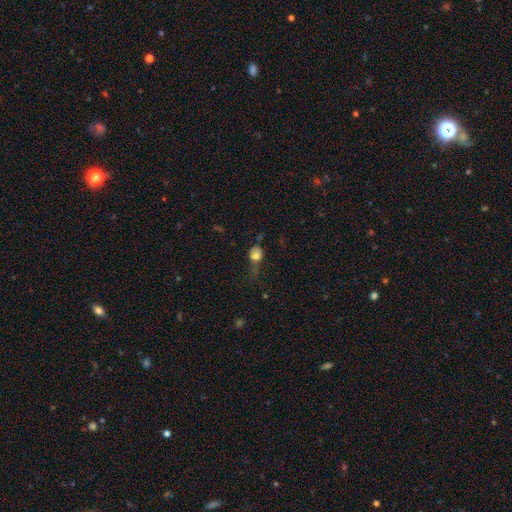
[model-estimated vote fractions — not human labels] Overall: smooth (74%). How rounded: round (60%; in between 37%). Merging: none (32%; major disturbance 31%).